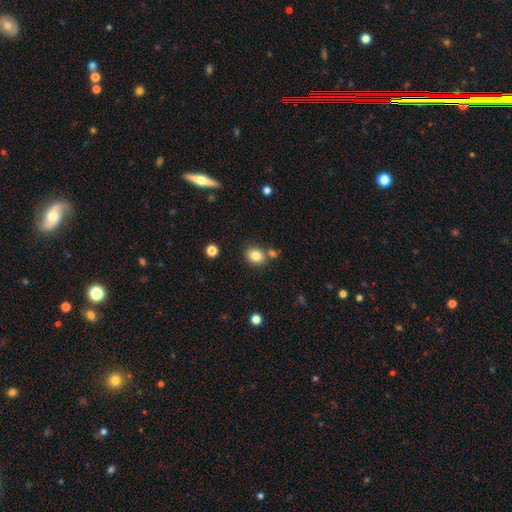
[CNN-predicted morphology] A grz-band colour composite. It shows a smooth galaxy with no disk features (82%) that is round (51%). Merging: none (73%).